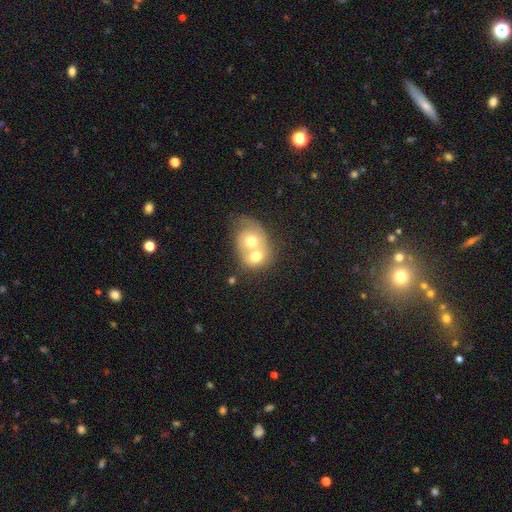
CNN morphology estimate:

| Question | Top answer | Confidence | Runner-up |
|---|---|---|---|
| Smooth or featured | featured or disk | 46% | smooth (44%) |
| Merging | merger | 74% | none (16%) |